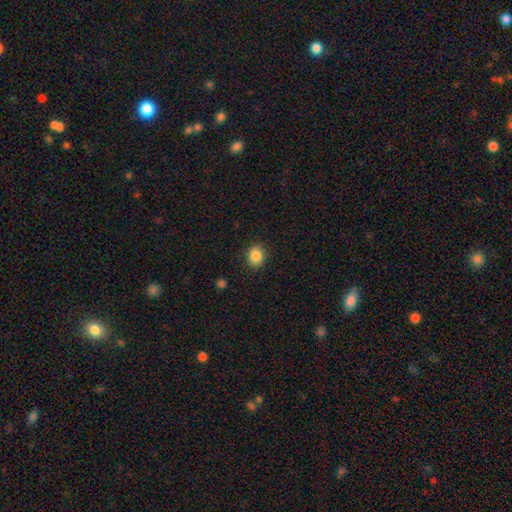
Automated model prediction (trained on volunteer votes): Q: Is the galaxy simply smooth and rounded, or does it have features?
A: smooth — 86%.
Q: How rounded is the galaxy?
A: round — 62%.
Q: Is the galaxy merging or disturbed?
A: none — 88%.